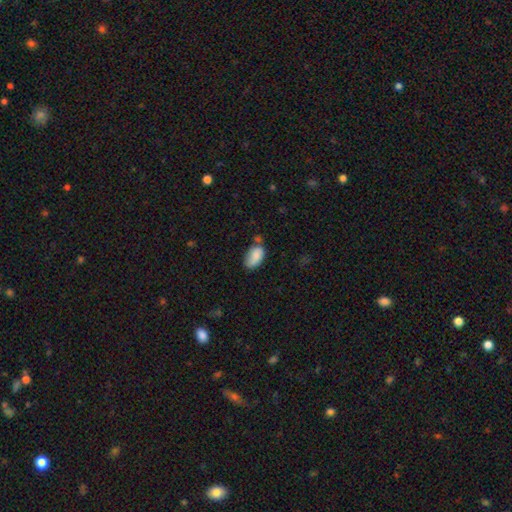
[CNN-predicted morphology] smooth_or_featured: smooth (p=0.83) [alt: featured or disk p=0.10]
how_rounded: in between (p=0.93) [alt: round p=0.05]
merging: none (p=0.53) [alt: minor disturbance p=0.29]